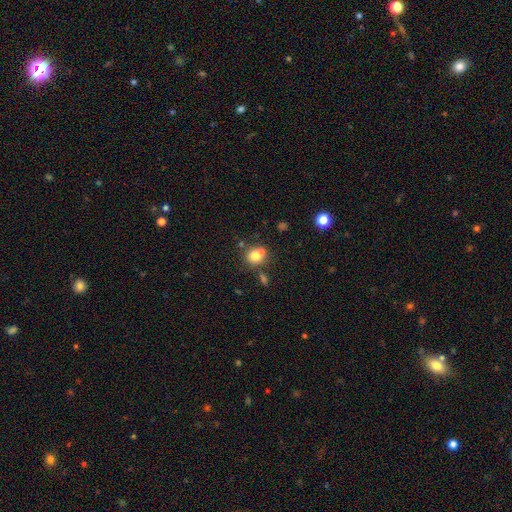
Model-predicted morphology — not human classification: A smooth galaxy with no disk features (73%) that is round (81%).

Vote fractions:
- Smooth or featured? smooth: 73% / featured or disk: 14% / star or artifact: 13%
- How rounded? round: 81% / in between: 18% / cigar-shaped: 1%
- Merging? none: 50% / merger: 37% / minor disturbance: 10% / major disturbance: 4%